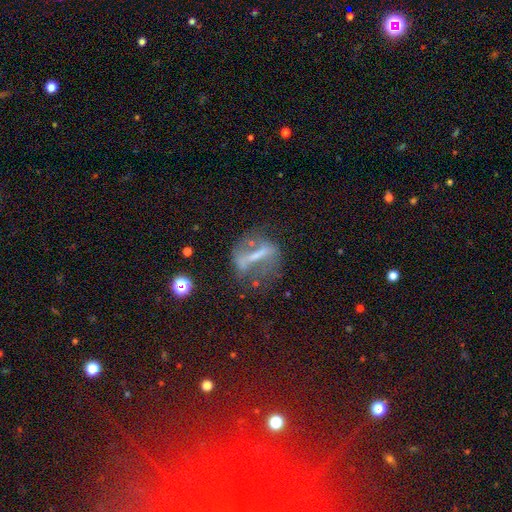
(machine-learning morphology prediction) type=featured or disk (61%); edge-on=no (78%); merging=none (54%).